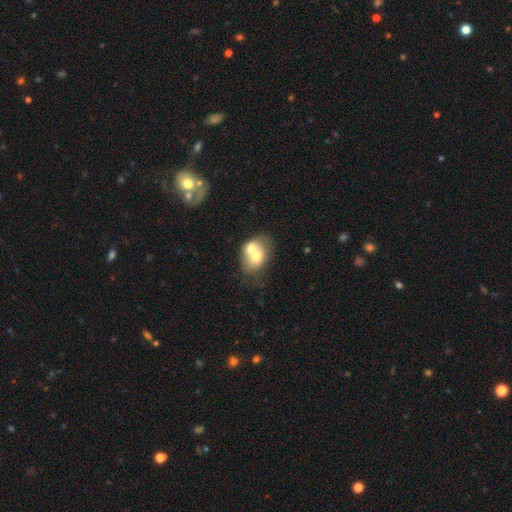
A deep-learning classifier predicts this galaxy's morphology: smooth_or_featured: smooth (p=0.60) [alt: featured or disk p=0.32]
how_rounded: in between (p=0.63) [alt: round p=0.36]
merging: merger (p=0.64) [alt: none p=0.22]